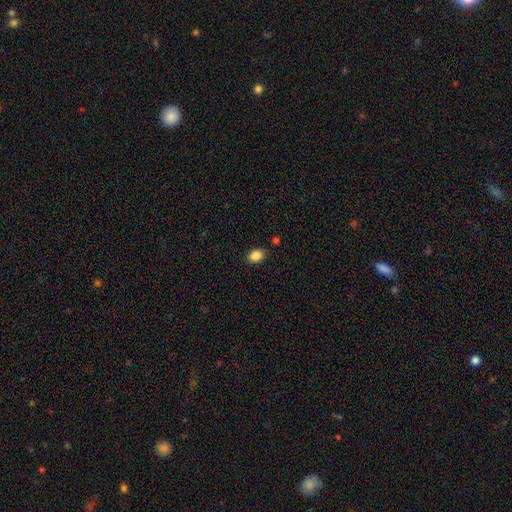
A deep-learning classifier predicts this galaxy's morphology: type=smooth (87%); roundness=in between (72%); merging=none (86%).